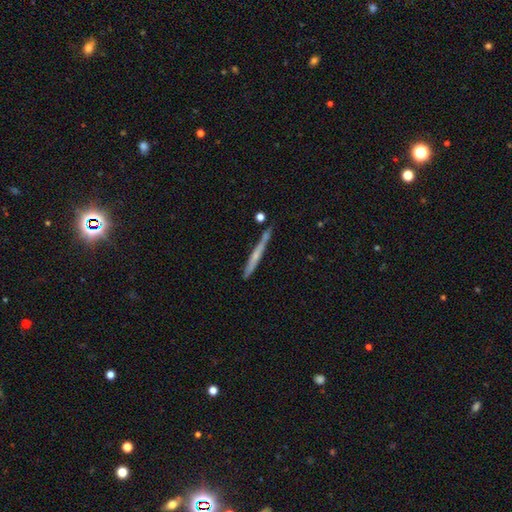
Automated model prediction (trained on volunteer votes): smooth_or_featured: featured or disk (p=0.50) [alt: smooth p=0.43]
disk_edge_on: yes (p=0.94) [alt: no p=0.06]
merging: none (p=0.74) [alt: minor disturbance p=0.16]